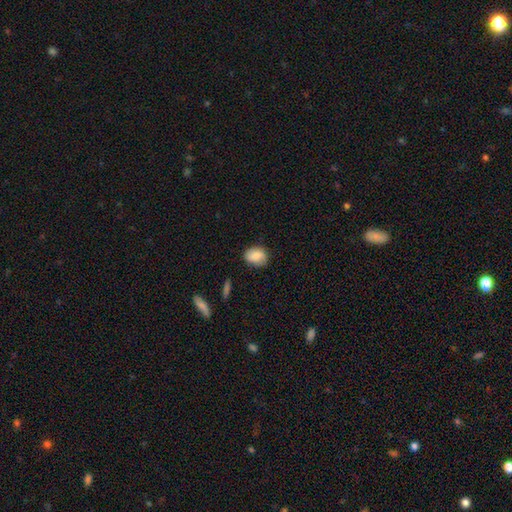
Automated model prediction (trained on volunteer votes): A smooth galaxy with no disk features (82%) that is in between round and cigar-shaped (57%).

Vote fractions:
- Smooth or featured? smooth: 82% / featured or disk: 10% / star or artifact: 8%
- How rounded? in between: 57% / round: 42% / cigar-shaped: 1%
- Merging? none: 76% / minor disturbance: 18% / major disturbance: 4% / merger: 2%